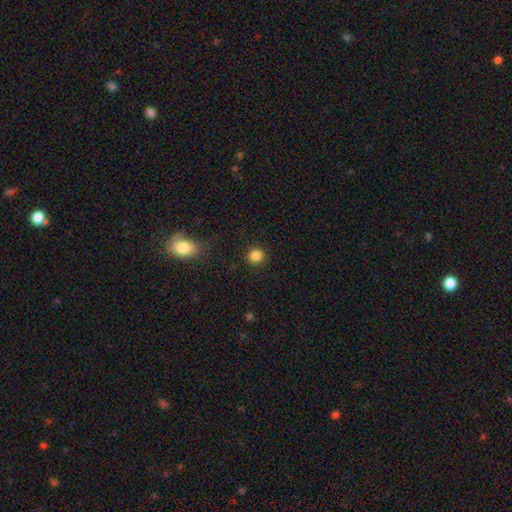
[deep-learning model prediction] Smooth or featured: smooth — 85% (star or artifact — 11%)
How rounded: round — 90% (in between — 10%)
Merging: none — 90% (minor disturbance — 6%)